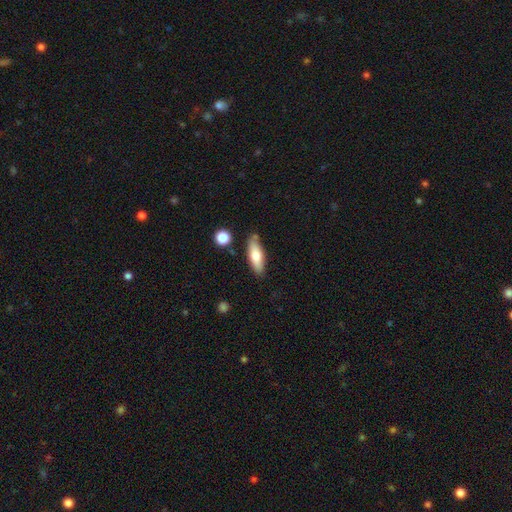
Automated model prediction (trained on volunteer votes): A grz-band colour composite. It shows a smooth galaxy with no disk features (72%) that is in between round and cigar-shaped (60%). Merging: none (78%).